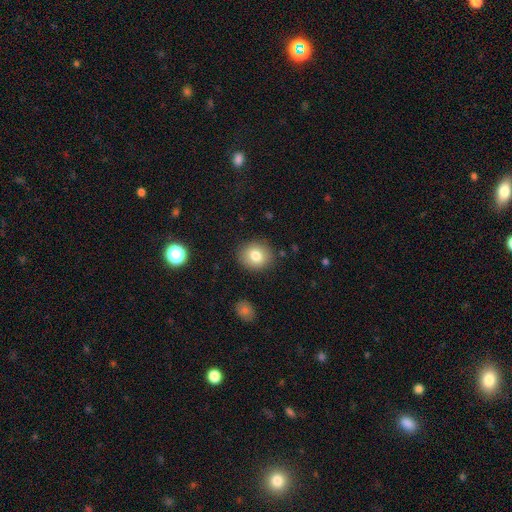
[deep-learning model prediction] smooth 80%, featured or disk 11%, star or artifact 10%. Down the decision tree: how rounded — round (72%); merging — none (88%).